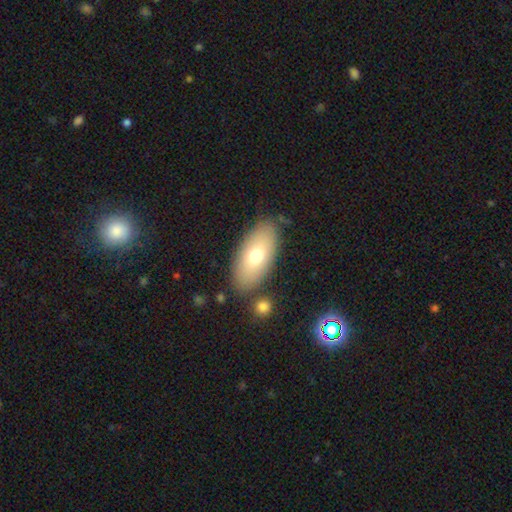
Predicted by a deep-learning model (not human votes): Morphology: type=smooth (69%); roundness=in between (90%); merging=none (82%).